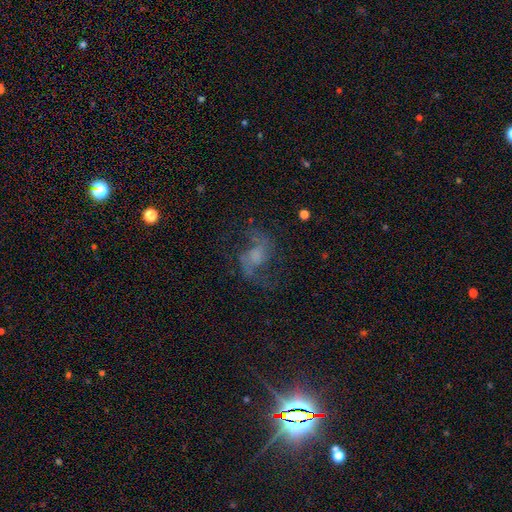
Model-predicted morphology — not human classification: Q: Smooth or featured?
A: featured or disk (71%); runner-up: smooth (16%)
Q: Edge-on disk?
A: no (97%); runner-up: yes (3%)
Q: Bar?
A: no (51%); runner-up: weak (39%)
Q: Spiral arms?
A: yes (88%); runner-up: no (12%)
Q: Spiral winding?
A: loose (60%); runner-up: medium (33%)
Q: Spiral arm count?
A: 2 (88%); runner-up: can't tell (5%)
Q: Bulge size?
A: none (34%); runner-up: moderate (28%)
Q: Merging?
A: none (61%); runner-up: major disturbance (20%)